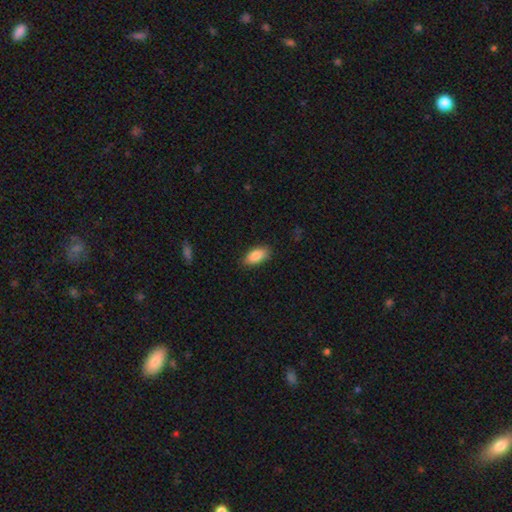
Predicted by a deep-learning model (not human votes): This appears to be a smooth galaxy with no disk features (86%) that is in between round and cigar-shaped (90%). Merging: none (85%).